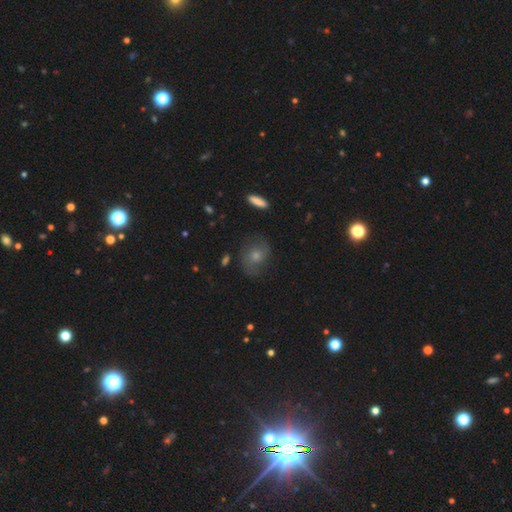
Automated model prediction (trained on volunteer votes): This appears to be a featured or disk galaxy (48%). Merging: none (76%).